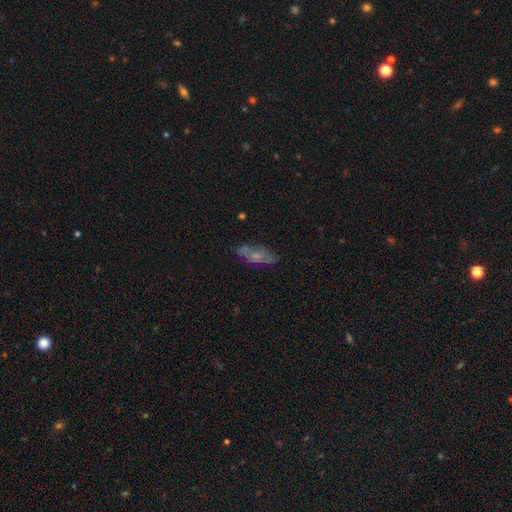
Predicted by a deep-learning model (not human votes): smooth-or-featured: smooth: 49% | featured or disk: 40% | star or artifact: 10%
  merging: none: 68% | minor disturbance: 19% | merger: 7% | major disturbance: 6%